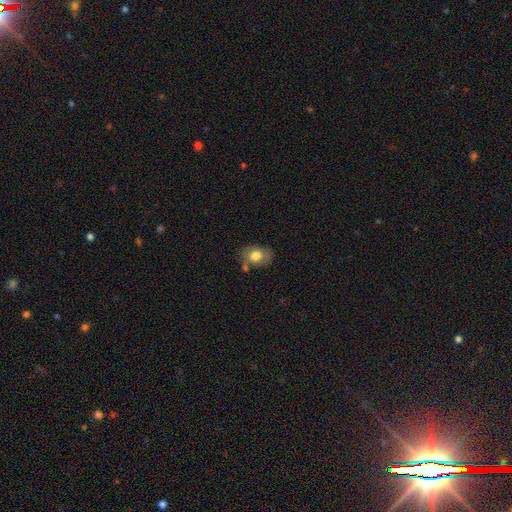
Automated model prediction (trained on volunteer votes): This appears to be a smooth galaxy with no disk features (75%) that is in between round and cigar-shaped (69%). Merging: none (60%).